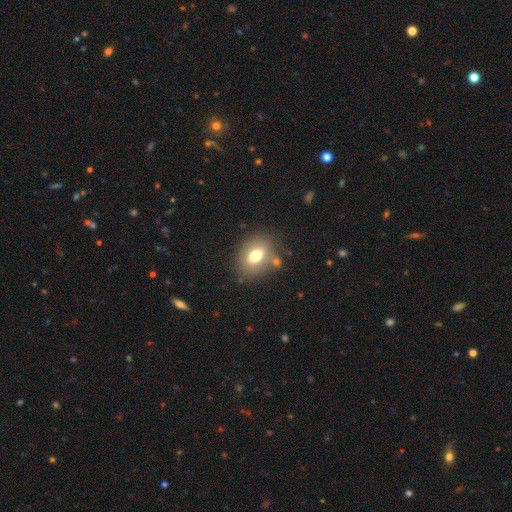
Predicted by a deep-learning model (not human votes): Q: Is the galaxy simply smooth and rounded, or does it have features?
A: smooth — 71%.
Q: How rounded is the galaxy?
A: in between — 58%.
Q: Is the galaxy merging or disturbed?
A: none — 74%.